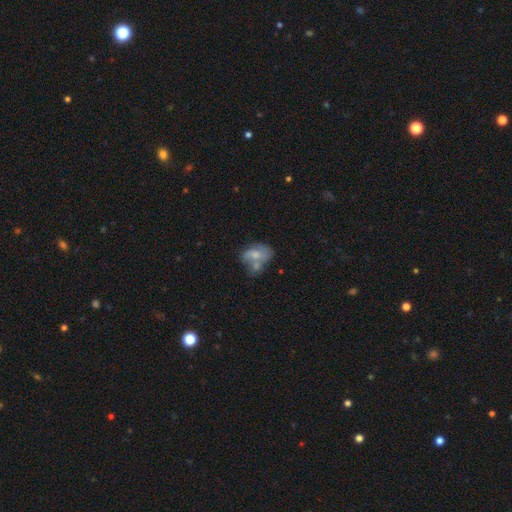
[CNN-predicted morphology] The model was most divided on "merging": merger: 43%, none: 26%, minor disturbance: 19%, major disturbance: 13%. More confident: how rounded — in between (79%); smooth or featured — smooth (55%).